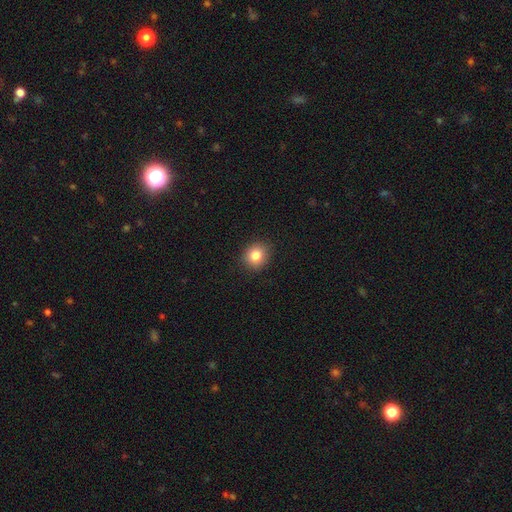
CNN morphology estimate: type=smooth (82%); roundness=round (80%); merging=none (90%).